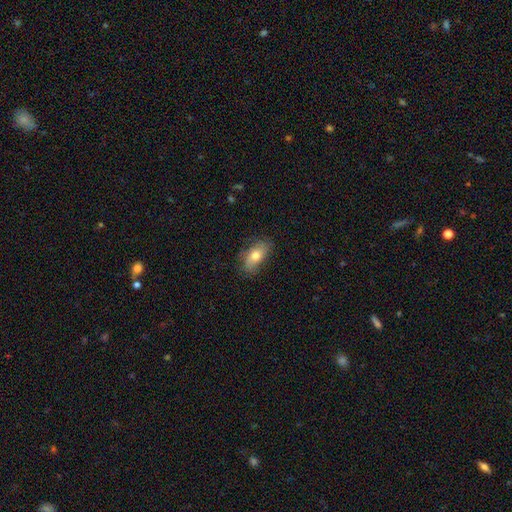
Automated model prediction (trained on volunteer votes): Overall: smooth (69%). How rounded: in between (86%). Merging: none (74%).